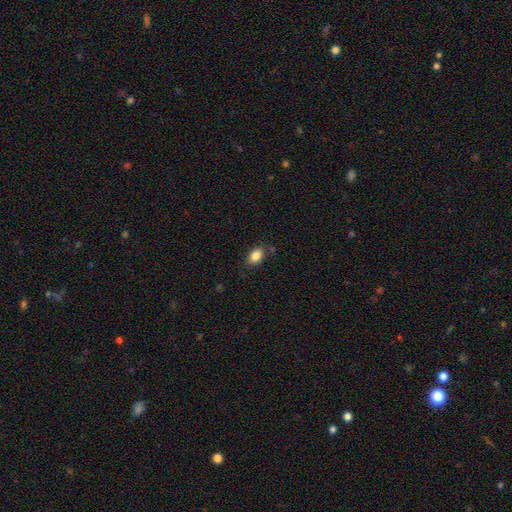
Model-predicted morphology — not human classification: smooth_or_featured: smooth (p=0.86) [alt: star or artifact p=0.09]
how_rounded: in between (p=0.83) [alt: round p=0.15]
merging: none (p=0.80) [alt: minor disturbance p=0.13]